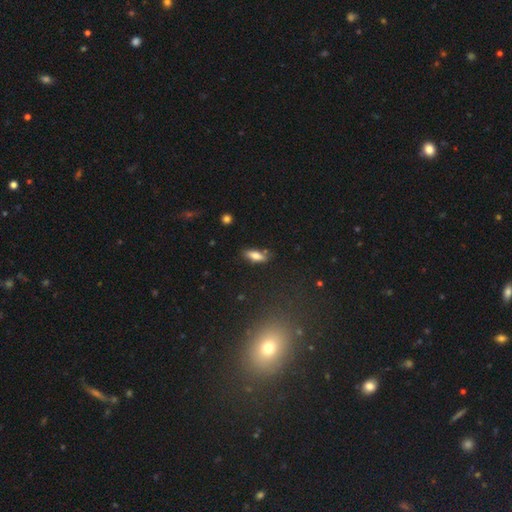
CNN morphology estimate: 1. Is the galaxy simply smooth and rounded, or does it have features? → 74% smooth, 18% featured or disk, 8% star or artifact.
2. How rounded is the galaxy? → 62% in between, 36% cigar-shaped, 3% round.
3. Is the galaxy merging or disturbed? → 77% none, 16% minor disturbance, 4% merger, 4% major disturbance.